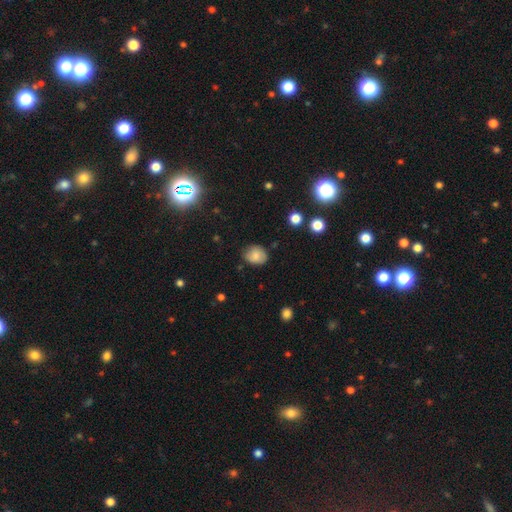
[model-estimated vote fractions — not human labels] A smooth galaxy with no disk features (80%) that is round (54%).

Vote fractions:
- Smooth or featured? smooth: 80% / featured or disk: 10% / star or artifact: 10%
- How rounded? round: 54% / in between: 45% / cigar-shaped: 1%
- Merging? none: 75% / minor disturbance: 20% / major disturbance: 4% / merger: 2%